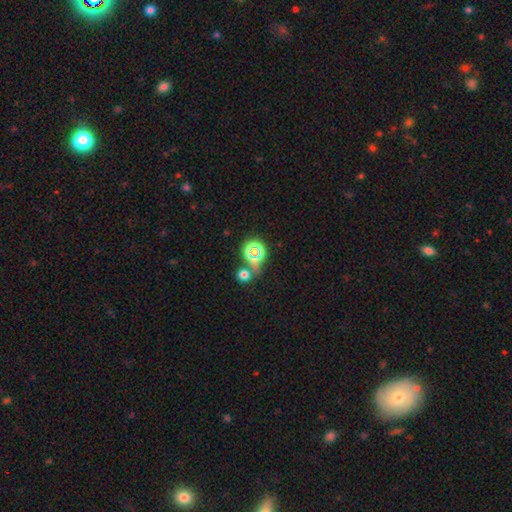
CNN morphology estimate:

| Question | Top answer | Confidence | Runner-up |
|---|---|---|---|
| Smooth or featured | star or artifact | 54% | smooth (36%) |